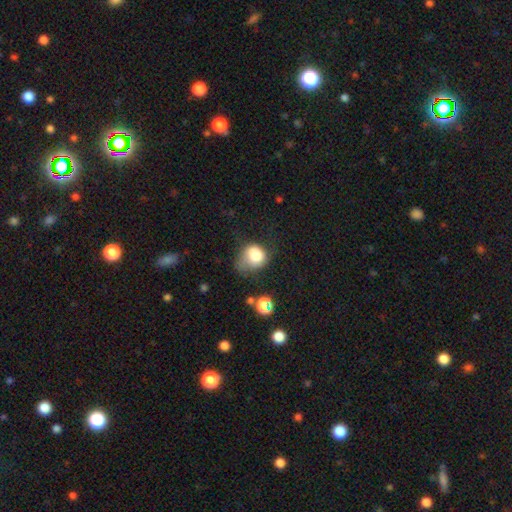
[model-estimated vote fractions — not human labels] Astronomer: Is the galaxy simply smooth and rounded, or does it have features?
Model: smooth — 76%.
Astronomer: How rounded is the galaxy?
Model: round — 59% (runner-up: in between, 40%).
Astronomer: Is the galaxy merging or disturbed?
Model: minor disturbance — 37% (runner-up: major disturbance, 31%).